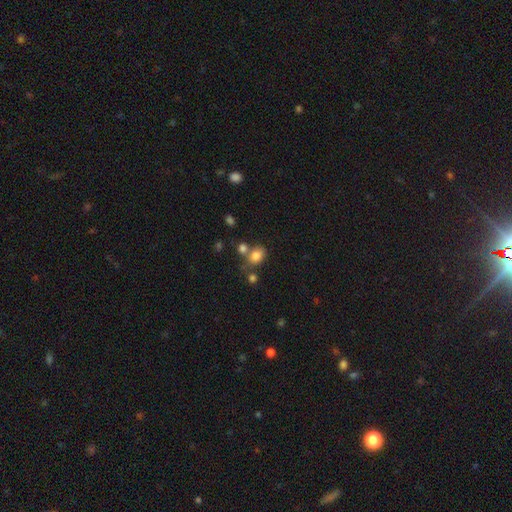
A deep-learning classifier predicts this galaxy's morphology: Smooth or featured?
  - smooth: 81% *
  - star or artifact: 11%
  - featured or disk: 8%
How rounded?
  - in between: 64% *
  - round: 35%
  - cigar-shaped: 1%
Merging?
  - none: 56% *
  - merger: 24%
  - minor disturbance: 15%
  - major disturbance: 6%